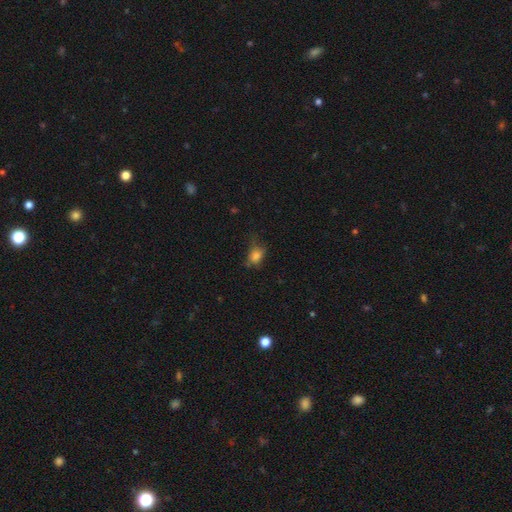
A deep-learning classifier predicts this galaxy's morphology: Smooth or featured? smooth (77%)
How rounded? in between (66%)
Merging? none (46%)